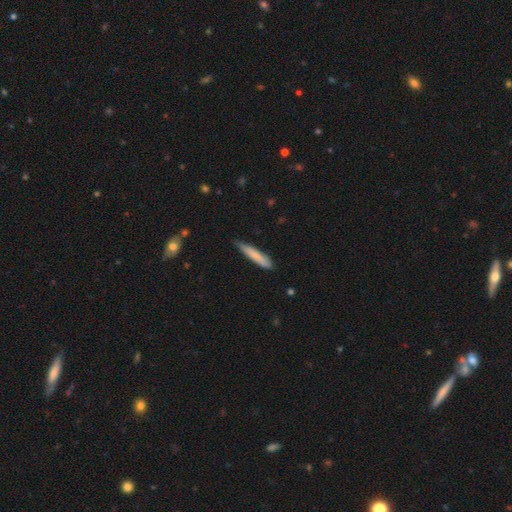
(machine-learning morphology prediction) A smooth galaxy with no disk features (77%) that is cigar-shaped (91%).

Vote fractions:
- Smooth or featured? smooth: 77% / featured or disk: 17% / star or artifact: 6%
- How rounded? cigar-shaped: 91% / in between: 8% / round: 1%
- Merging? none: 71% / minor disturbance: 25% / major disturbance: 3% / merger: 2%